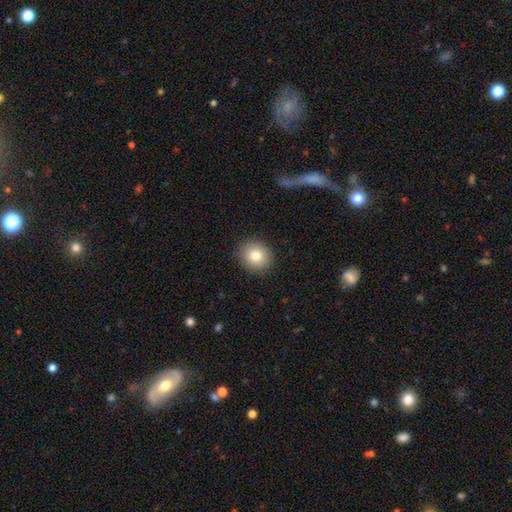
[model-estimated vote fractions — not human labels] A smooth galaxy with no disk features (82%) that is round (77%). Merging: none (89%).